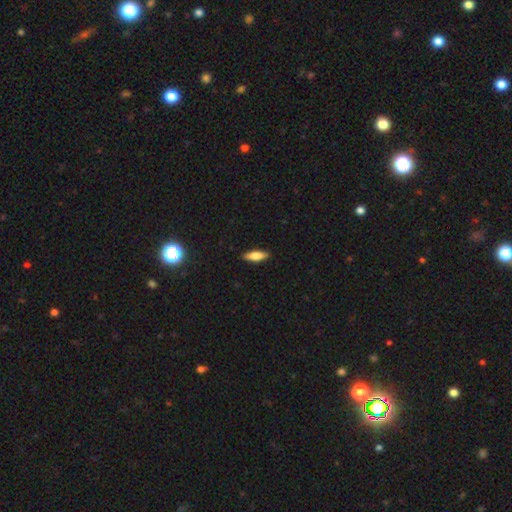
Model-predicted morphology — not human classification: Overall: smooth (67%; featured or disk 27%). How rounded: in between (49%, tied with cigar-shaped). Merging: none (90%).